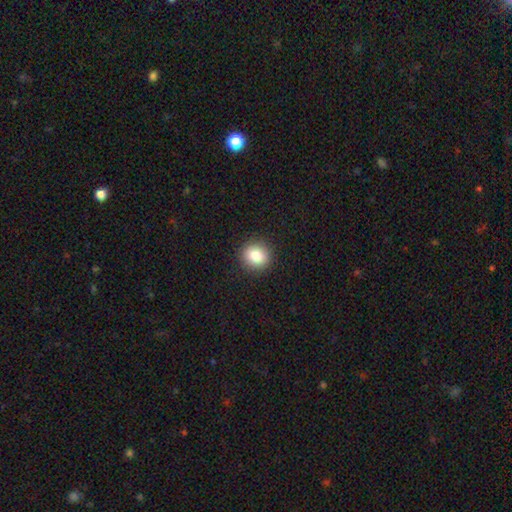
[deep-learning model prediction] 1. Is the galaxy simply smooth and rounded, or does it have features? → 84% smooth, 10% star or artifact, 6% featured or disk.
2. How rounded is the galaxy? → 85% round, 15% in between, 1% cigar-shaped.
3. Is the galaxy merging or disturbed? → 91% none, 6% minor disturbance, 2% major disturbance, 1% merger.